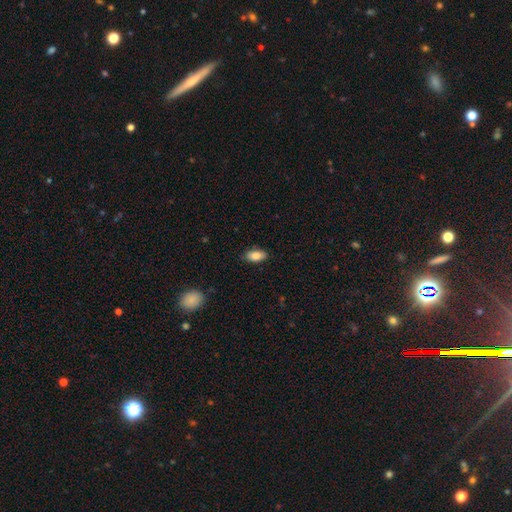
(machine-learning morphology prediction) Smooth or featured?
  - smooth: 86% *
  - featured or disk: 7%
  - star or artifact: 7%
How rounded?
  - in between: 91% *
  - cigar-shaped: 5%
  - round: 4%
Merging?
  - none: 86% *
  - minor disturbance: 11%
  - major disturbance: 2%
  - merger: 1%